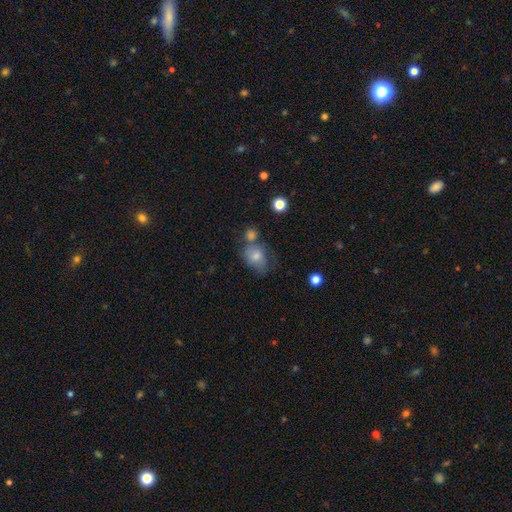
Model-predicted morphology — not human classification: A smooth galaxy with no disk features (71%) that is in between round and cigar-shaped (57%).

Vote fractions:
- Smooth or featured? smooth: 71% / featured or disk: 17% / star or artifact: 11%
- How rounded? in between: 57% / round: 42% / cigar-shaped: 1%
- Merging? none: 42% / merger: 24% / minor disturbance: 22% / major disturbance: 12%